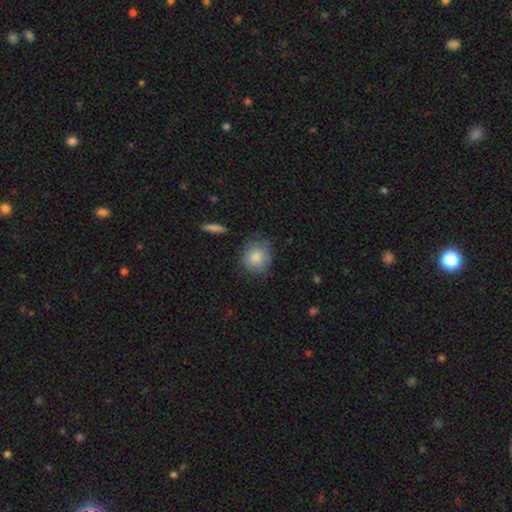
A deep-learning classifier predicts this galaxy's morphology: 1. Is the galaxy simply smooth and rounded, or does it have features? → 84% smooth, 9% featured or disk, 7% star or artifact.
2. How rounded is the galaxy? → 78% round, 20% in between, 1% cigar-shaped.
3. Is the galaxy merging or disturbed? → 75% none, 19% minor disturbance, 4% major disturbance, 2% merger.